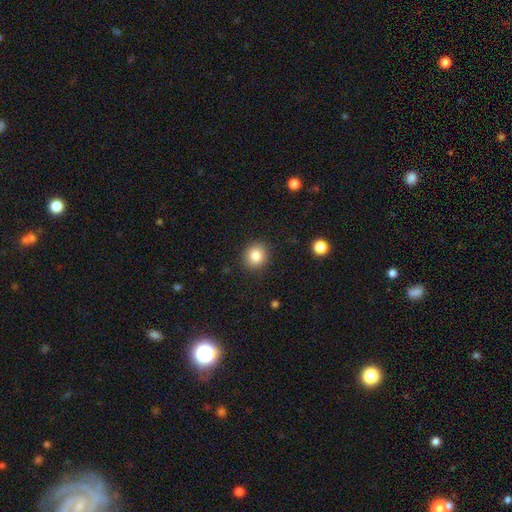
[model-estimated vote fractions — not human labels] smooth_or_featured: smooth (p=0.84) [alt: star or artifact p=0.10]
how_rounded: round (p=0.82) [alt: in between p=0.17]
merging: none (p=0.89) [alt: minor disturbance p=0.07]